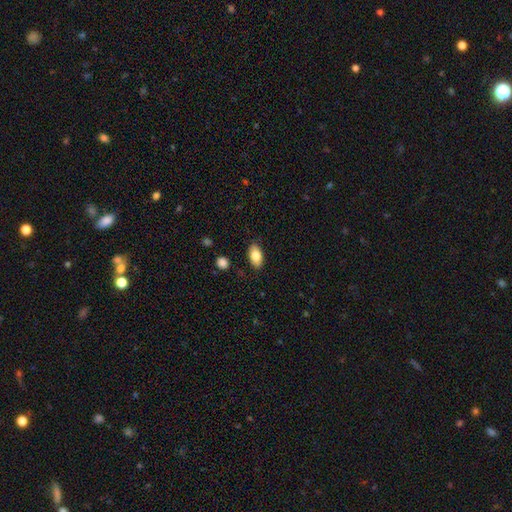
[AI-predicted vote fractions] The model was most divided on "smooth or featured": smooth: 81%, featured or disk: 12%, star or artifact: 7%. More confident: how rounded — in between (92%); merging — none (88%).